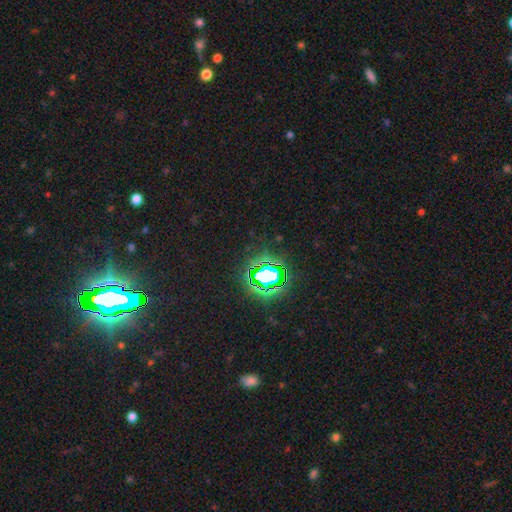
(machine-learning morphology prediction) star or artifact 84%, smooth 10%, featured or disk 6%.